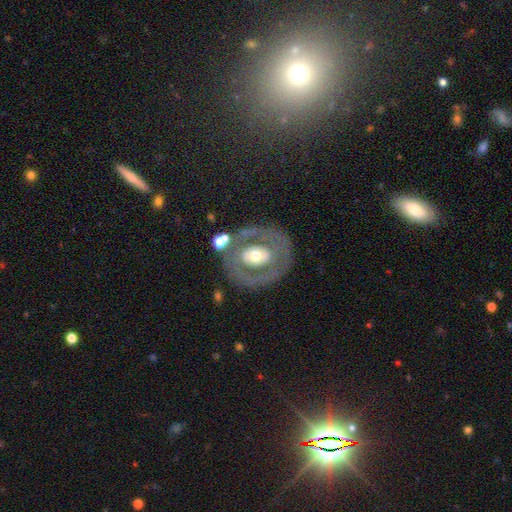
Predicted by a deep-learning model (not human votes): featured or disk 66%, smooth 28%, star or artifact 6%. Down the decision tree: edge-on disk — no (95%); bar — no (74%); spiral arms — no (74%); bulge size — moderate (62%); merging — none (70%).